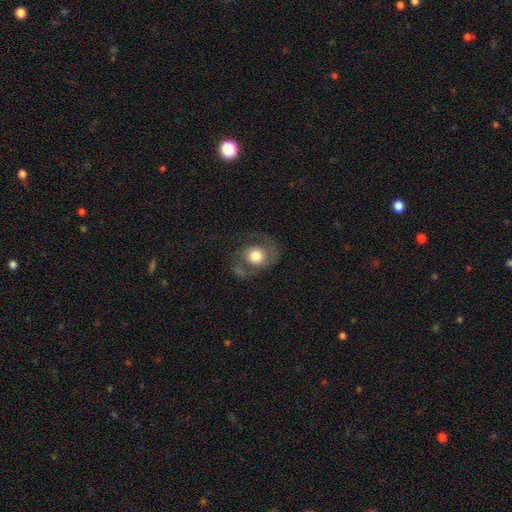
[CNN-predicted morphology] A featured or disk galaxy (46%, tied with smooth). Merging: none (52%).